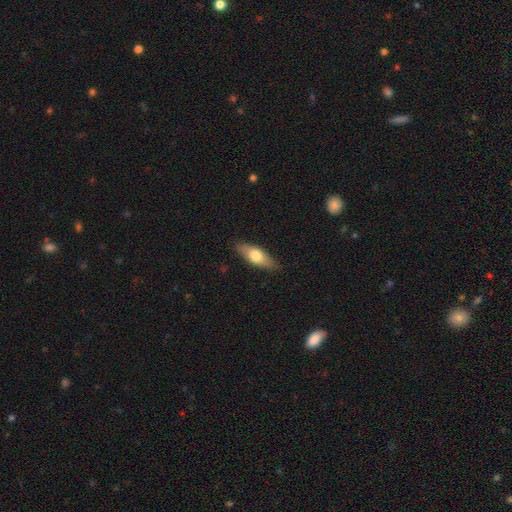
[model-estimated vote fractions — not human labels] The model was most divided on "how rounded": in between: 66%, cigar-shaped: 31%, round: 3%. More confident: merging — none (86%); smooth or featured — smooth (65%).